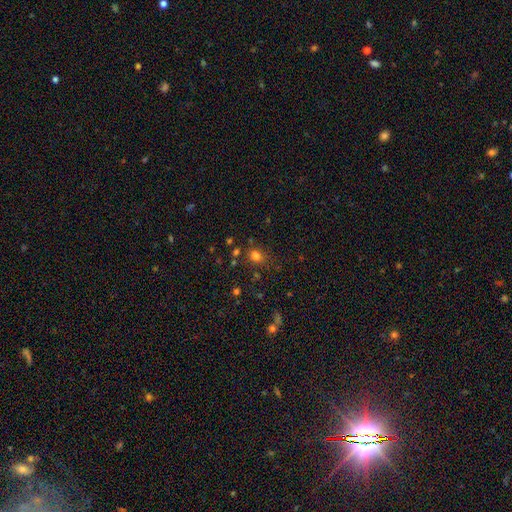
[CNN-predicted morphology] The model was most divided on "how rounded": round: 55%, in between: 44%, cigar-shaped: 1%. More confident: smooth or featured — smooth (77%); merging — none (73%).